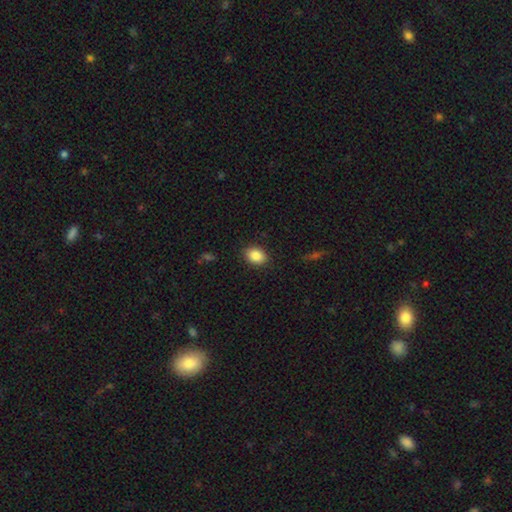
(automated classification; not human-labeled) The model was most divided on "how rounded": in between: 69%, round: 30%, cigar-shaped: 1%. More confident: merging — none (88%); smooth or featured — smooth (86%).